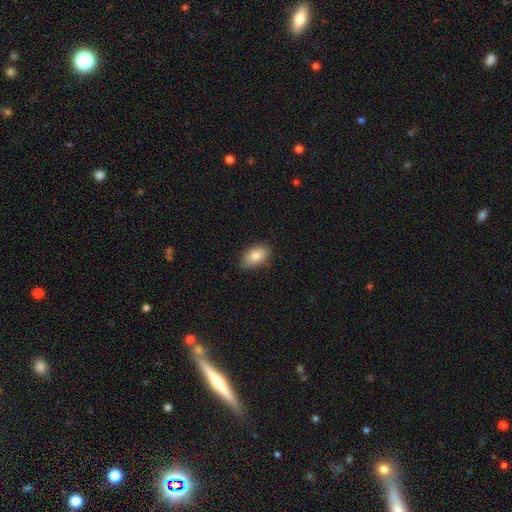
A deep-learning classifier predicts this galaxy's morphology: Overall: smooth (84%). How rounded: in between (91%). Merging: none (80%).